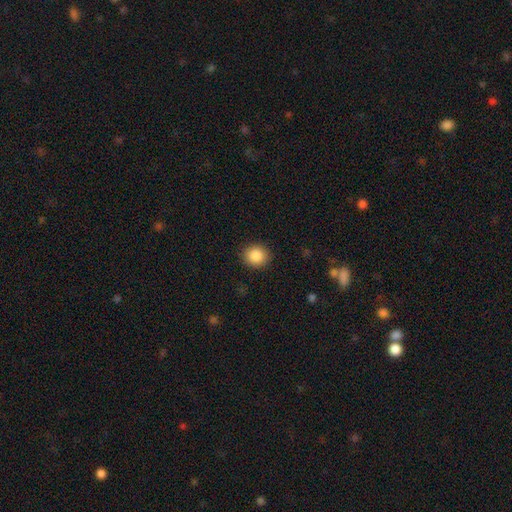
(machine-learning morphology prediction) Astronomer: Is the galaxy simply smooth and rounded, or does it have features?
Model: smooth — 88%.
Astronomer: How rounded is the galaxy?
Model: round — 86%.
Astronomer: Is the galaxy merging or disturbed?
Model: none — 91%.